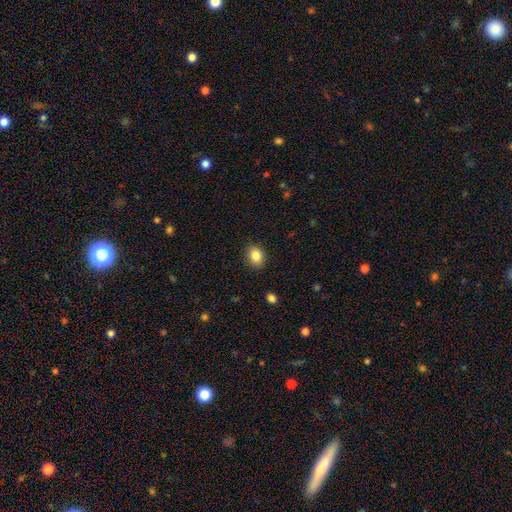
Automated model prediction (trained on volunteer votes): smooth-or-featured: smooth: 85% | star or artifact: 9% | featured or disk: 6%
  how-rounded: in between: 59% | round: 40% | cigar-shaped: 1%
  merging: none: 88% | minor disturbance: 8% | major disturbance: 2% | merger: 1%